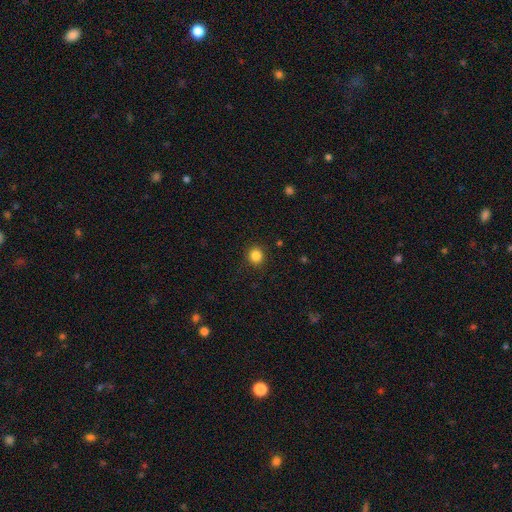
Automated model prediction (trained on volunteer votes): Overall: smooth (84%). How rounded: round (90%). Merging: none (91%).